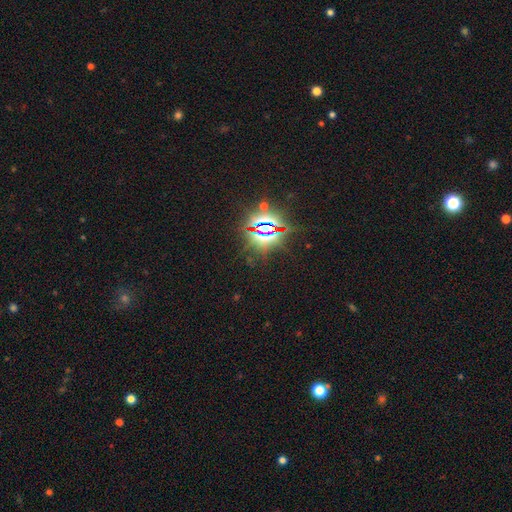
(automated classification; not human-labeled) smooth-or-featured: star or artifact: 84% | smooth: 9% | featured or disk: 7%